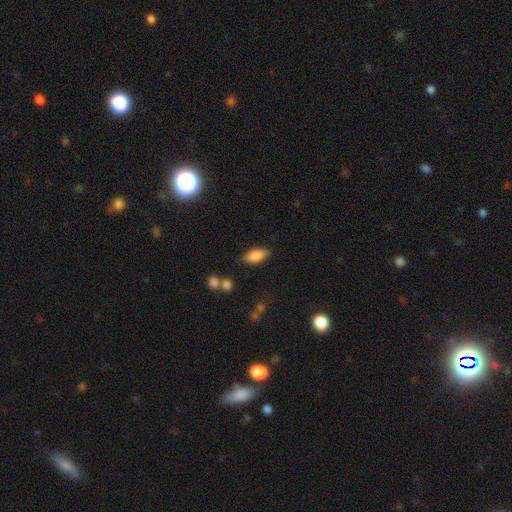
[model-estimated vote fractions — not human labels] Smooth or featured? smooth (86%)
How rounded? in between (88%)
Merging? none (78%)